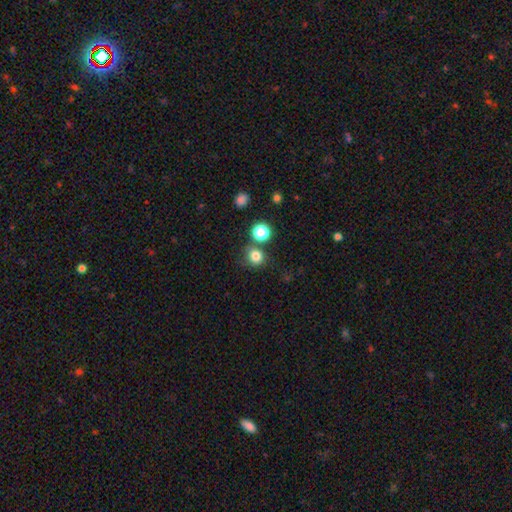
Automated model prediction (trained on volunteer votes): This is likely a smooth galaxy (79%). How rounded: clearly round (85%). Merging: likely none (71%).